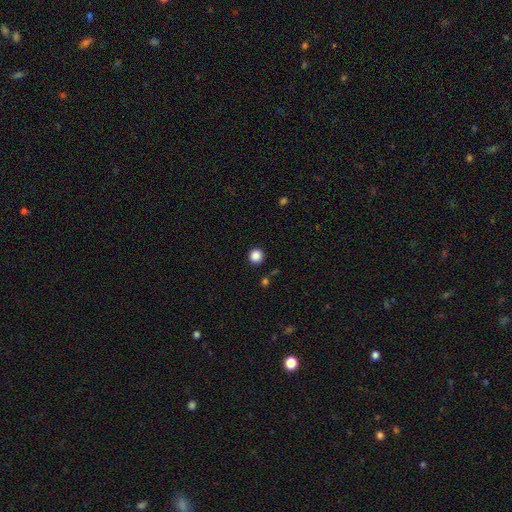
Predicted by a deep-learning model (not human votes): Smooth or featured?
  - smooth: 87% *
  - star or artifact: 11%
  - featured or disk: 3%
How rounded?
  - round: 94% *
  - in between: 5%
  - cigar-shaped: 1%
Merging?
  - none: 91% *
  - minor disturbance: 5%
  - major disturbance: 2%
  - merger: 2%